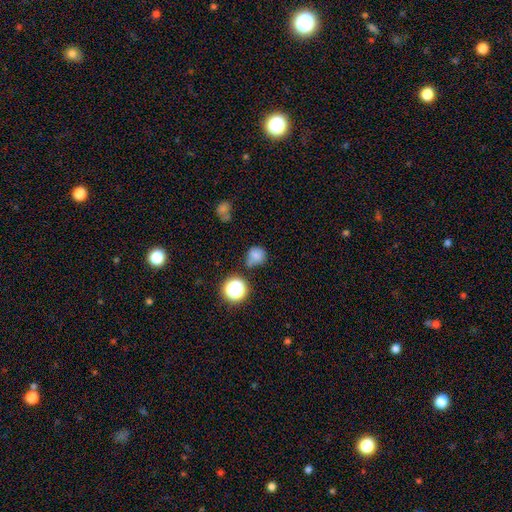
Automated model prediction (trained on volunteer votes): This is likely a smooth galaxy (75%). How rounded: likely round (77%). Merging: possibly none (56%).